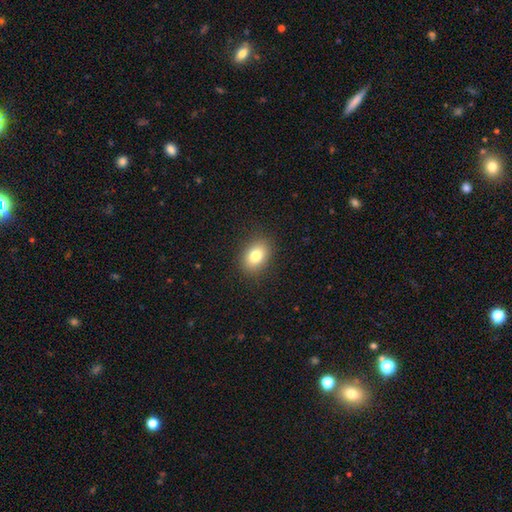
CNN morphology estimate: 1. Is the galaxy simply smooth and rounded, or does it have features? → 81% smooth, 10% star or artifact, 9% featured or disk.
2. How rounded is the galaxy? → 74% in between, 25% round, 1% cigar-shaped.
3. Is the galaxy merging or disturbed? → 88% none, 8% minor disturbance, 3% major disturbance, 1% merger.